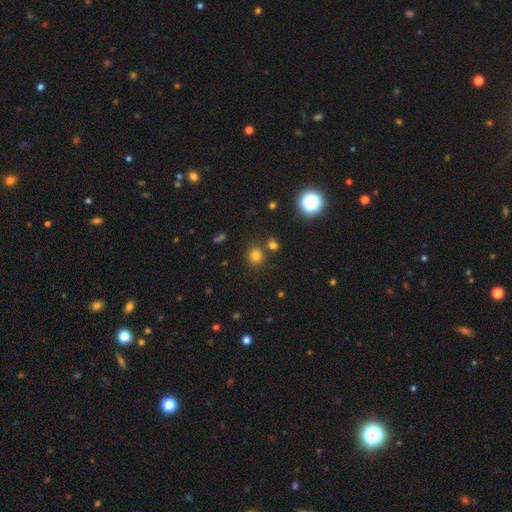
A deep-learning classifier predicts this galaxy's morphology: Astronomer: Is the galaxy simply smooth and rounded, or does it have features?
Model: smooth — 77%.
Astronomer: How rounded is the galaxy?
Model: round — 88%.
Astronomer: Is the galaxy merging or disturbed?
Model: none — 79%.